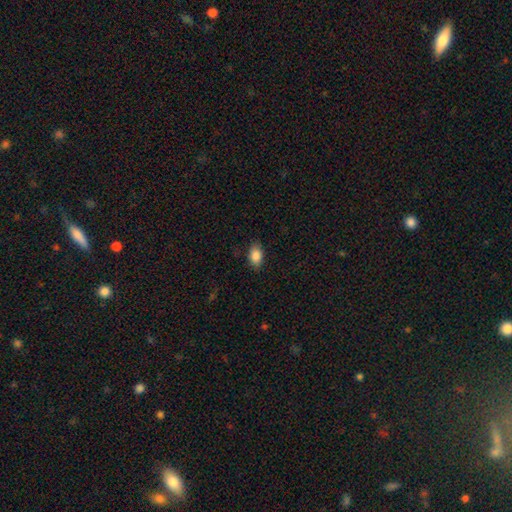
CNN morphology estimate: This is clearly a smooth galaxy (87%). How rounded: clearly in between (87%). Merging: clearly none (85%).